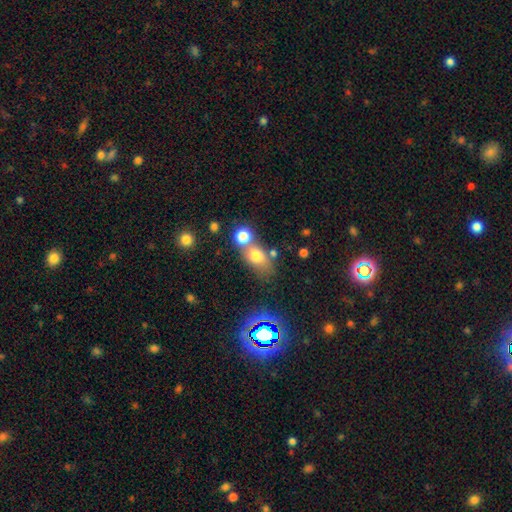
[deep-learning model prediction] smooth-or-featured: smooth: 70% | star or artifact: 15% | featured or disk: 15%
  how-rounded: in between: 65% | round: 31% | cigar-shaped: 4%
  merging: none: 44% | merger: 39% | minor disturbance: 11% | major disturbance: 5%